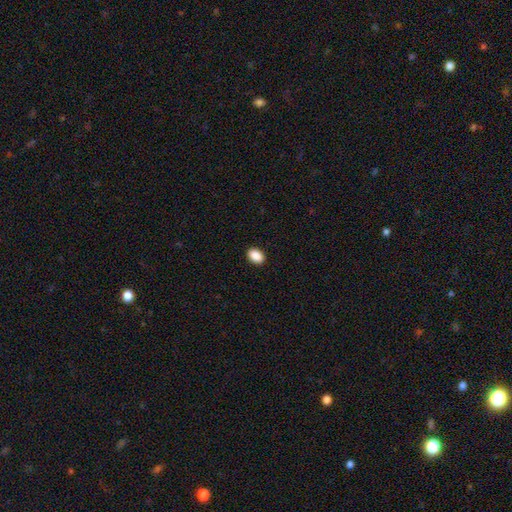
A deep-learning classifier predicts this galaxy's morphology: This appears to be a smooth galaxy with no disk features (90%) that is in between round and cigar-shaped (81%). Merging: none (91%).